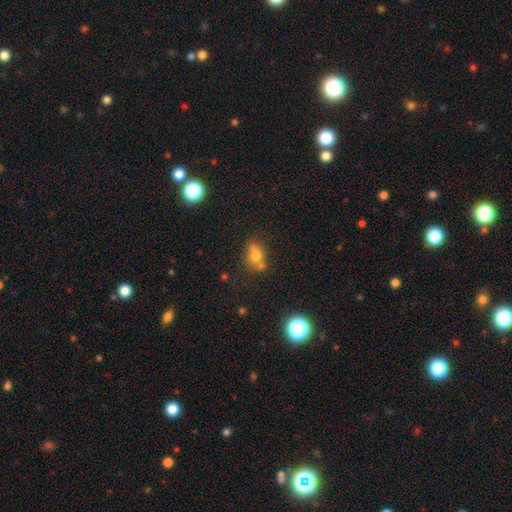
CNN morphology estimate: smooth-or-featured: smooth: 64% | featured or disk: 20% | star or artifact: 16%
  how-rounded: in between: 53% | round: 43% | cigar-shaped: 4%
  merging: none: 48% | merger: 33% | minor disturbance: 14% | major disturbance: 5%